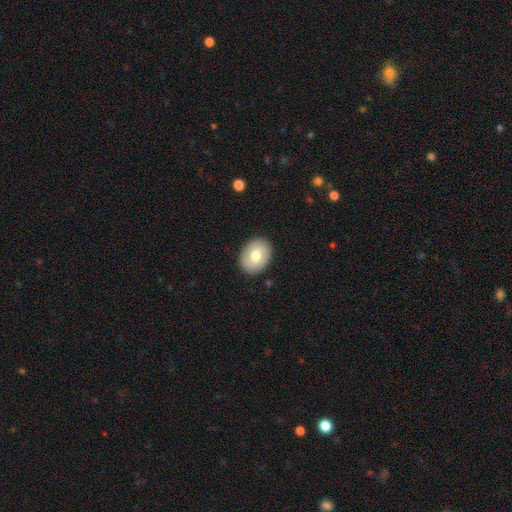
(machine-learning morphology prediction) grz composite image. It shows a smooth galaxy with no disk features (73%) that is in between round and cigar-shaped (63%). Merging: none (88%).